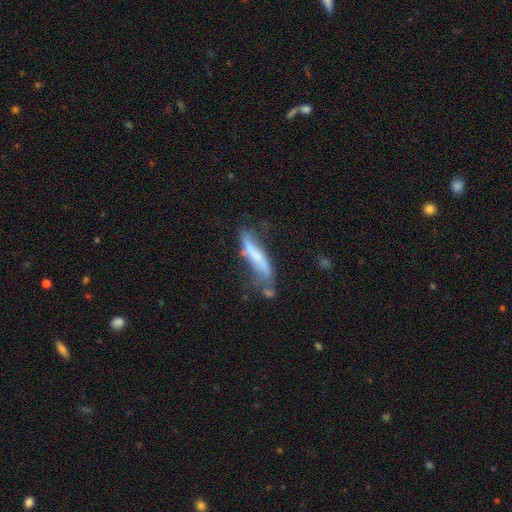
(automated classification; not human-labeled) Smooth or featured: featured or disk — 48% (smooth — 44%)
Merging: none — 40% (minor disturbance — 29%)